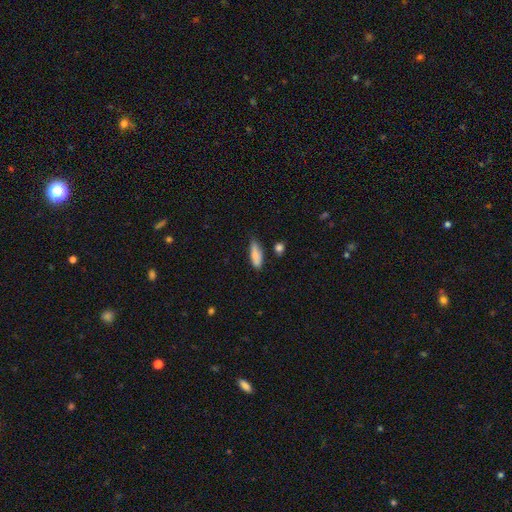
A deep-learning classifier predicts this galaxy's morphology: smooth-or-featured: smooth: 81% | featured or disk: 12% | star or artifact: 6%
  how-rounded: in between: 59% | cigar-shaped: 38% | round: 2%
  merging: none: 62% | minor disturbance: 30% | major disturbance: 5% | merger: 4%